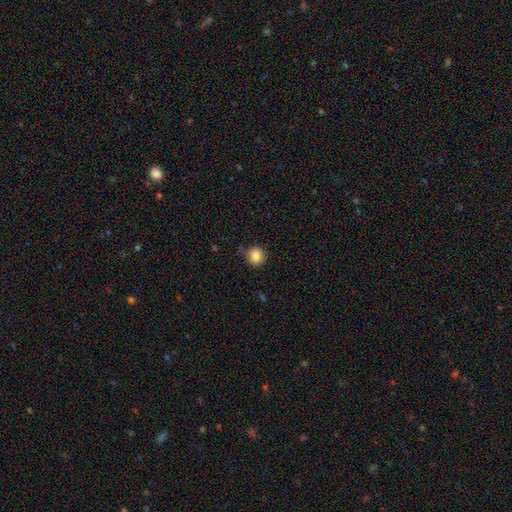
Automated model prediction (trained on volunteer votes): Smooth or featured?
  - smooth: 86% *
  - star or artifact: 10%
  - featured or disk: 4%
How rounded?
  - round: 89% *
  - in between: 11%
  - cigar-shaped: 1%
Merging?
  - none: 84% *
  - minor disturbance: 12%
  - major disturbance: 3%
  - merger: 2%